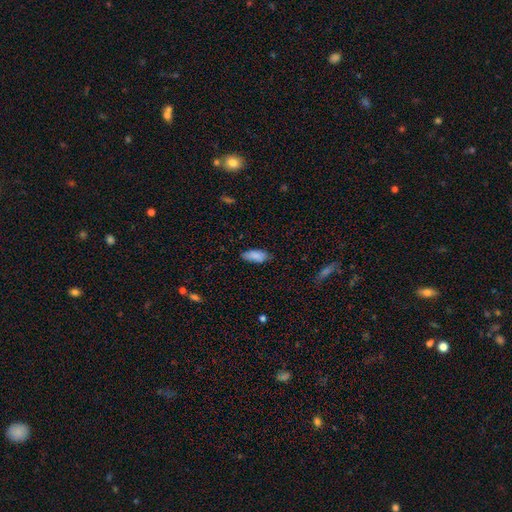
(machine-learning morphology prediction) Smooth or featured?
  - smooth: 85% *
  - featured or disk: 8%
  - star or artifact: 7%
How rounded?
  - in between: 83% *
  - cigar-shaped: 15%
  - round: 2%
Merging?
  - none: 76% *
  - minor disturbance: 19%
  - major disturbance: 3%
  - merger: 1%